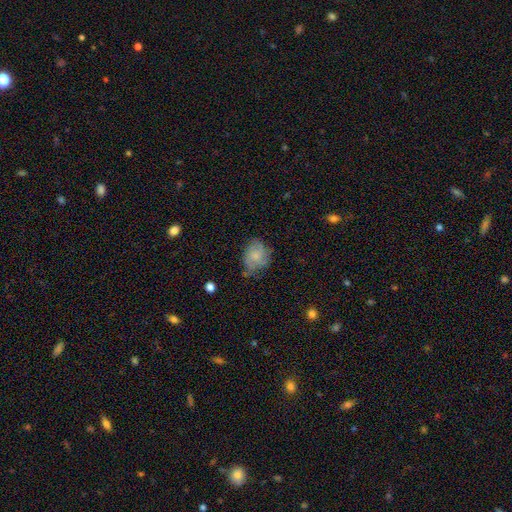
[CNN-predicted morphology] A smooth galaxy with no disk features (54%) that is in between round and cigar-shaped (56%). Merging: none (51%).